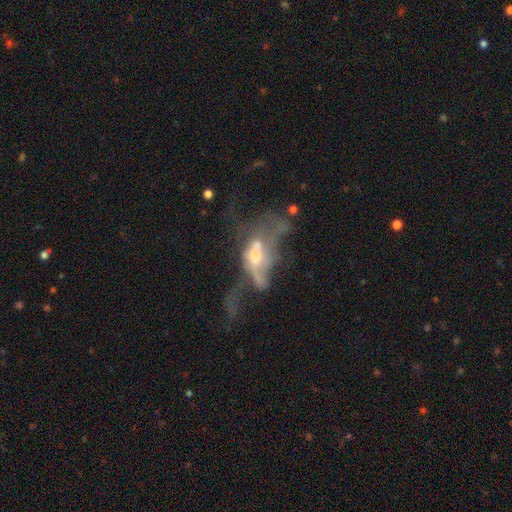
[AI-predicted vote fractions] smooth-or-featured: featured or disk: 62% | smooth: 25% | star or artifact: 13%
  disk-edge-on: no: 88% | yes: 12%
    bar: no: 76% | weak: 18% | strong: 6%
    has-spiral-arms: no: 77% | yes: 23%
    bulge-size: moderate: 51% | small: 19% | large: 16% | none: 11% | dominant: 3%
  merging: major disturbance: 47% | merger: 30% | none: 14% | minor disturbance: 9%